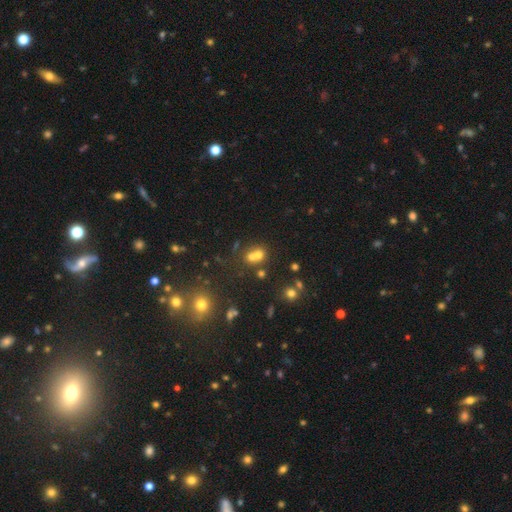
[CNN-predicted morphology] Smooth or featured: smooth — 62% (star or artifact — 21%)
How rounded: round — 74% (in between — 25%)
Merging: merger — 55% (none — 34%)